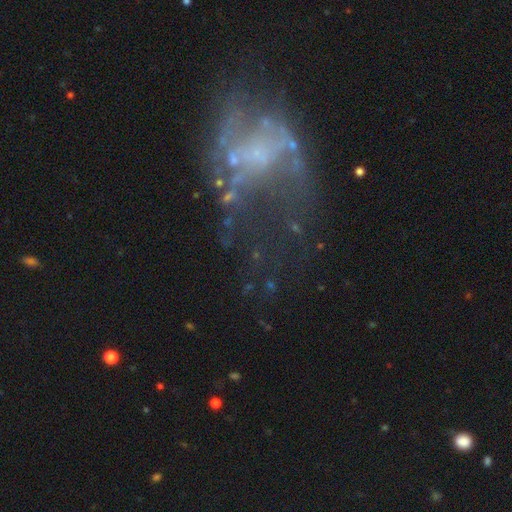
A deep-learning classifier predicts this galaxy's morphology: This appears to be a featured or disk galaxy (66%) with no bar (75%), no spiral arms (57%) and no central bulge (54%). Merging: major disturbance (41%).